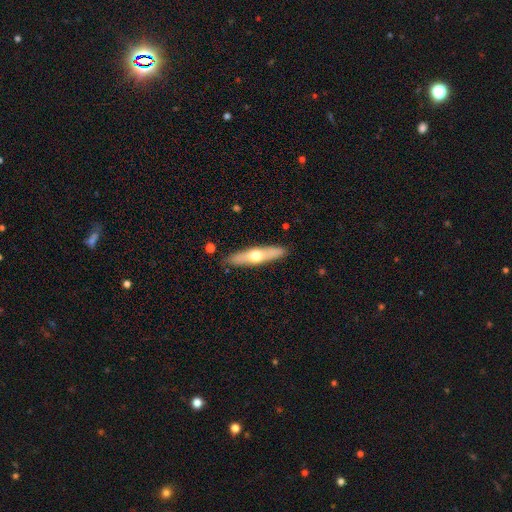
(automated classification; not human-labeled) Overall: smooth (48%; featured or disk 47%). Merging: none (87%).